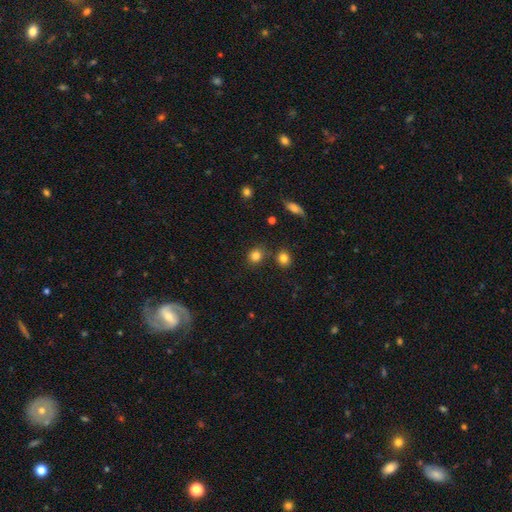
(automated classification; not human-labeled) smooth-or-featured: smooth: 82% | star or artifact: 12% | featured or disk: 6%
  how-rounded: round: 78% | in between: 21% | cigar-shaped: 1%
  merging: none: 78% | minor disturbance: 10% | merger: 8% | major disturbance: 3%